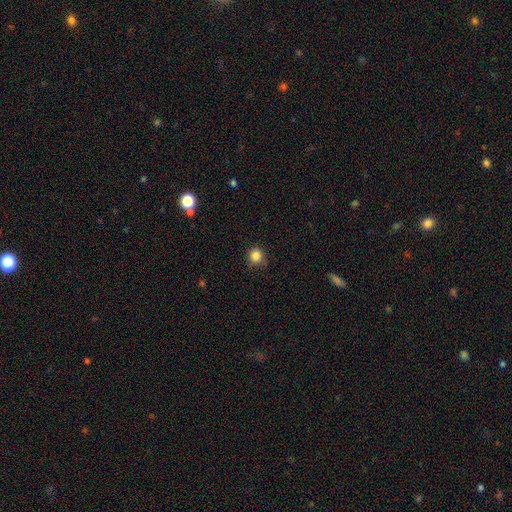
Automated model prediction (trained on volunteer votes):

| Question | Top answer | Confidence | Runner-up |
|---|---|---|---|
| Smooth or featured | smooth | 85% | star or artifact (11%) |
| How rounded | round | 90% | in between (9%) |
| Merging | none | 82% | minor disturbance (14%) |